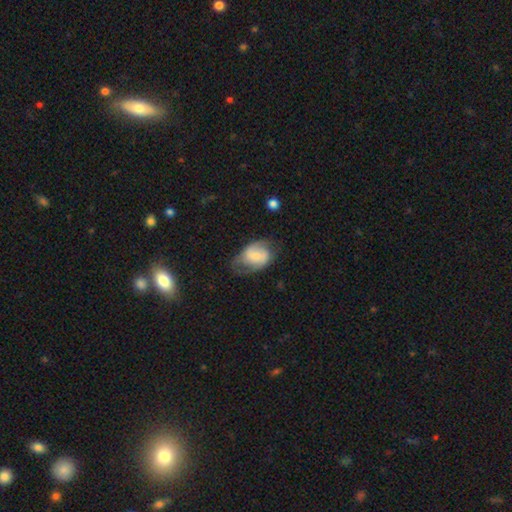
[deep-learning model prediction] Smooth or featured? Predicted: featured or disk (p=0.49). Merging? Predicted: none (p=0.47).